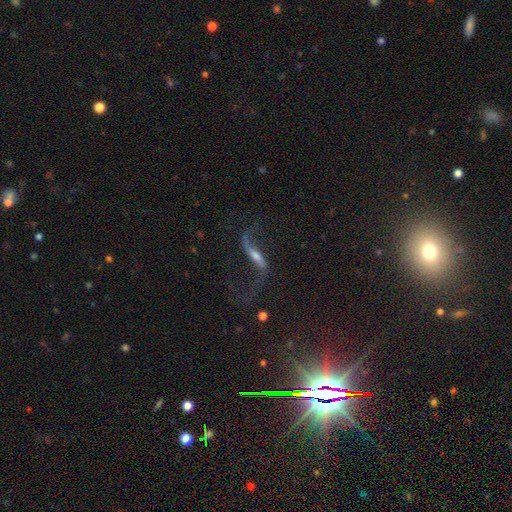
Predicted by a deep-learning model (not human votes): smooth-or-featured: featured or disk: 81% | smooth: 11% | star or artifact: 7%
  disk-edge-on: no: 74% | yes: 26%
    bar: strong: 49% | weak: 29% | no: 22%
    has-spiral-arms: yes: 93% | no: 7%
      spiral-winding: loose: 93% | medium: 5% | tight: 2%
      spiral-arm-count: 2: 90% | 1: 6% | can't tell: 2% | 3: 1% | 4: 1% | more than 4: 1%
    bulge-size: small: 43% | moderate: 39% | none: 10% | large: 6% | dominant: 2%
  merging: none: 58% | major disturbance: 22% | minor disturbance: 16% | merger: 4%